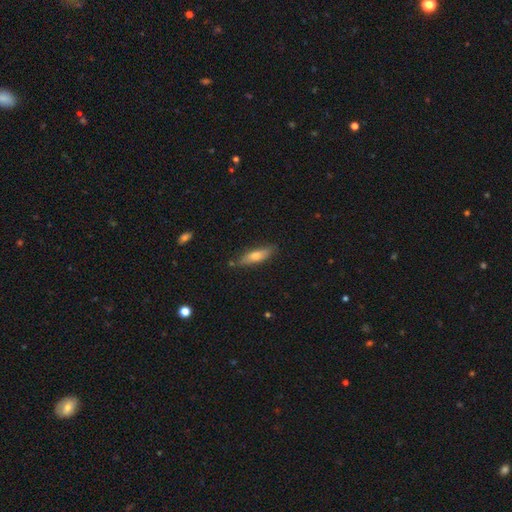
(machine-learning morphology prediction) Smooth or featured?
  - smooth: 57% *
  - featured or disk: 36%
  - star or artifact: 7%
How rounded?
  - cigar-shaped: 68% *
  - in between: 30%
  - round: 2%
Merging?
  - none: 82% *
  - minor disturbance: 14%
  - merger: 2%
  - major disturbance: 2%